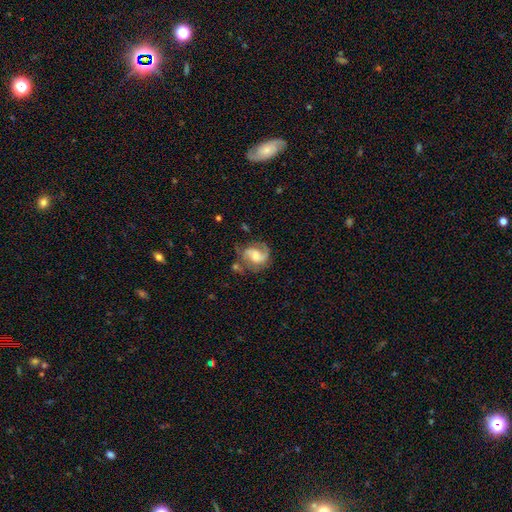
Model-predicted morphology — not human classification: Smooth or featured? Predicted: featured or disk (p=0.69). Edge-on disk? Predicted: no (p=0.98). Bar? Predicted: no (p=0.43, tied with weak). Spiral arms? Predicted: yes (p=0.89). Spiral winding? Predicted: medium (p=0.47). Spiral arm count? Predicted: 2 (p=0.72). Bulge size? Predicted: moderate (p=0.38). Merging? Predicted: none (p=0.52).